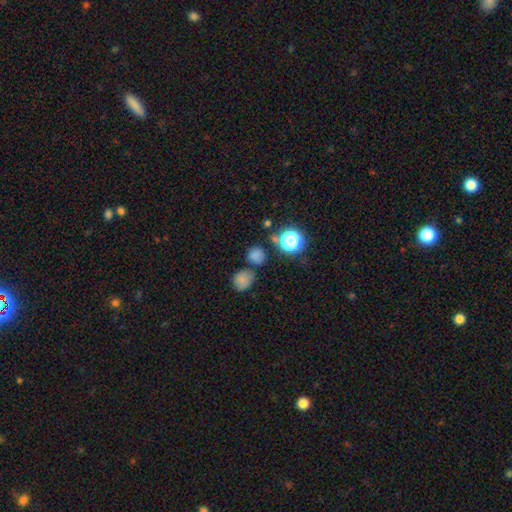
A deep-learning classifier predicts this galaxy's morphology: A smooth galaxy with no disk features (72%) that is round (76%).

Vote fractions:
- Smooth or featured? smooth: 72% / star or artifact: 23% / featured or disk: 5%
- How rounded? round: 76% / in between: 23% / cigar-shaped: 1%
- Merging? none: 68% / merger: 15% / minor disturbance: 12% / major disturbance: 5%